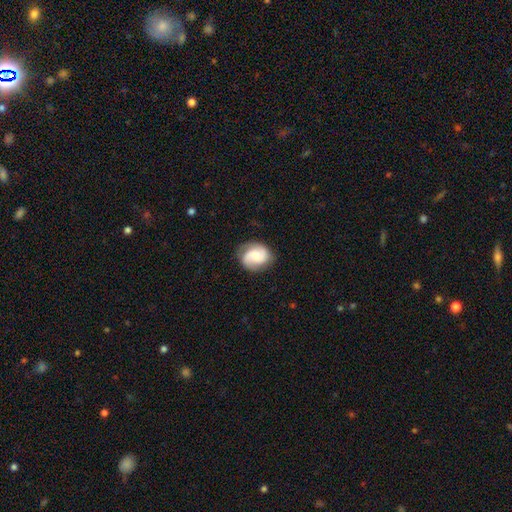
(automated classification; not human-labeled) Smooth or featured? Predicted: featured or disk (p=0.56). Edge-on disk? Predicted: no (p=0.98). Bar? Predicted: no (p=0.63). Spiral arms? Predicted: yes (p=0.92). Bulge size? Predicted: moderate (p=0.46). Merging? Predicted: none (p=0.75).